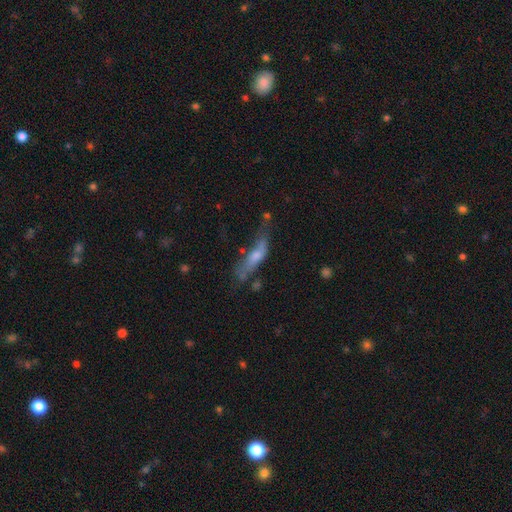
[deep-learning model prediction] A smooth galaxy with no disk features (46%).

Vote fractions:
- Smooth or featured? smooth: 46% / featured or disk: 44% / star or artifact: 10%
- Merging? none: 36% / minor disturbance: 27% / major disturbance: 25% / merger: 13%